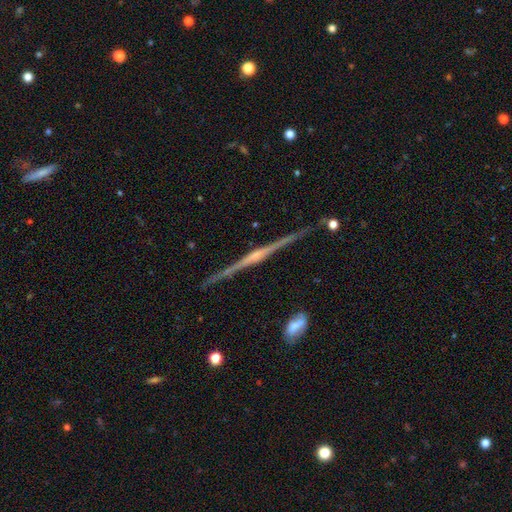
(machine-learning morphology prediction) Smooth or featured?
  - featured or disk: 88% *
  - smooth: 6%
  - star or artifact: 6%
Edge-on disk?
  - yes: 98% *
  - no: 2%
Edge-on bulge?
  - rounded: 68% *
  - boxy: 19%
  - none: 12%
Merging?
  - none: 87% *
  - minor disturbance: 9%
  - major disturbance: 2%
  - merger: 2%